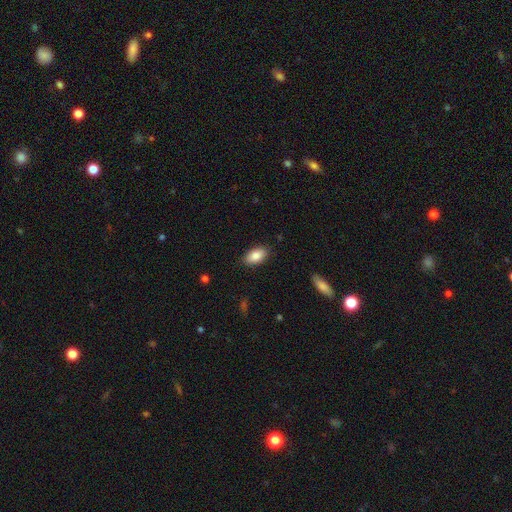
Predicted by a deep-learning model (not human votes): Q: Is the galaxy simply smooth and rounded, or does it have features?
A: smooth — 85%.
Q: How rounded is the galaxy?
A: in between — 93%.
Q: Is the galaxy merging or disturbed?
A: none — 87%.